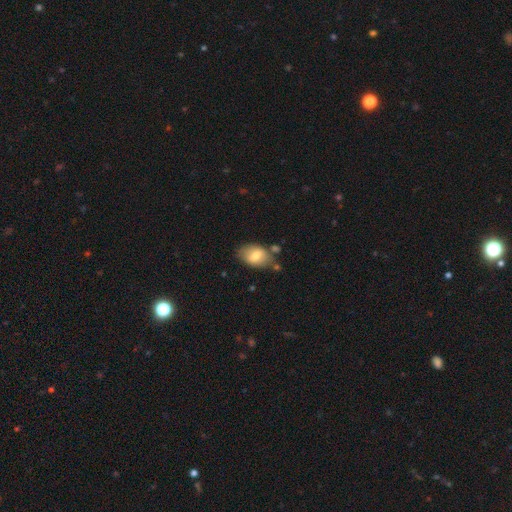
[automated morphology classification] This appears to be a smooth galaxy with no disk features (72%) that is in between round and cigar-shaped (87%). Merging: none (67%).